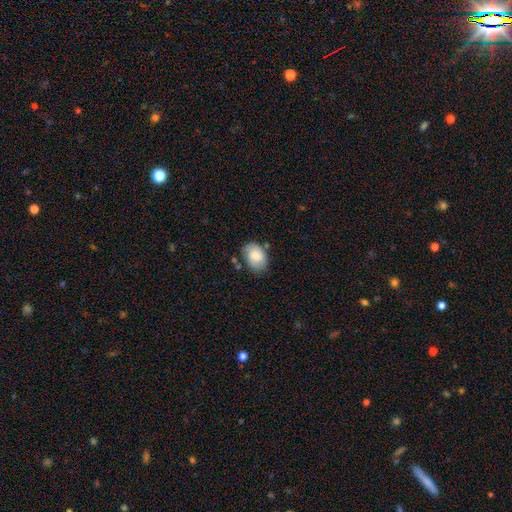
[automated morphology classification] The model was most divided on "smooth or featured": smooth: 68%, featured or disk: 24%, star or artifact: 7%. More confident: how rounded — in between (80%); merging — none (69%).